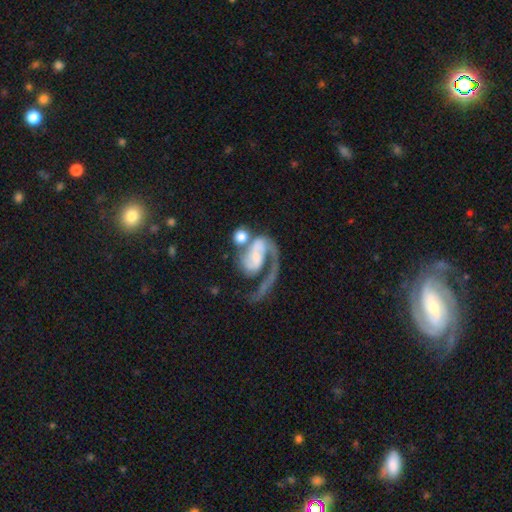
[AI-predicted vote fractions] smooth-or-featured: featured or disk: 84% | smooth: 9% | star or artifact: 7%
  disk-edge-on: no: 98% | yes: 2%
    bar: no: 49% | weak: 33% | strong: 19%
    has-spiral-arms: yes: 93% | no: 7%
      spiral-winding: medium: 42% | loose: 29% | tight: 28%
      spiral-arm-count: 1: 60% | 2: 32% | can't tell: 4% | 3: 2% | 4: 1% | more than 4: 1%
    bulge-size: small: 46% | moderate: 22% | none: 22% | large: 7% | dominant: 3%
  merging: major disturbance: 35% | none: 28% | merger: 25% | minor disturbance: 12%